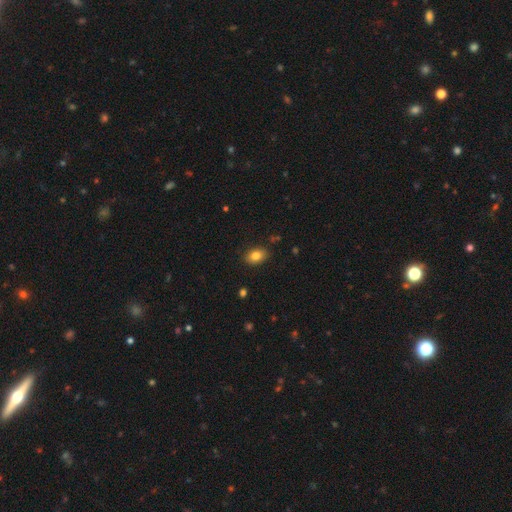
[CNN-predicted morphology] smooth 83%, star or artifact 9%, featured or disk 7%. Down the decision tree: how rounded — in between (79%); merging — none (86%).